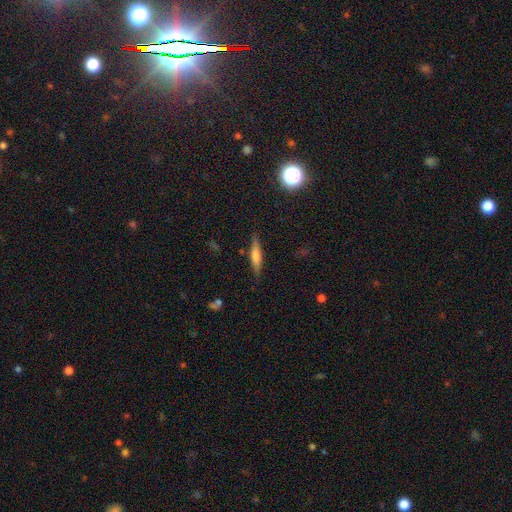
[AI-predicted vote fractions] Smooth or featured: smooth — 48% (featured or disk — 44%)
Merging: none — 86% (minor disturbance — 10%)